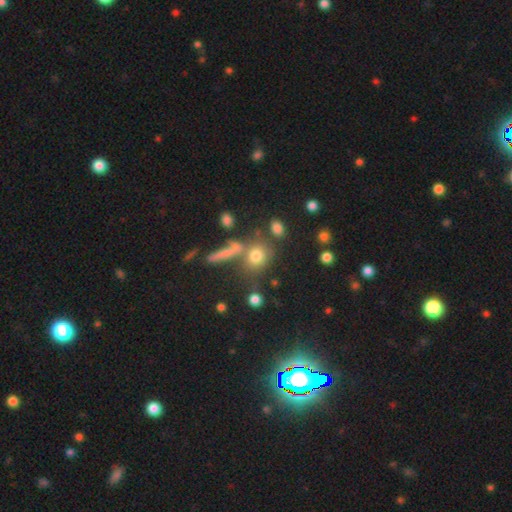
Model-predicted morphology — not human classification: This appears to be a smooth galaxy with no disk features (71%) that is round (63%). Merging: none (59%).